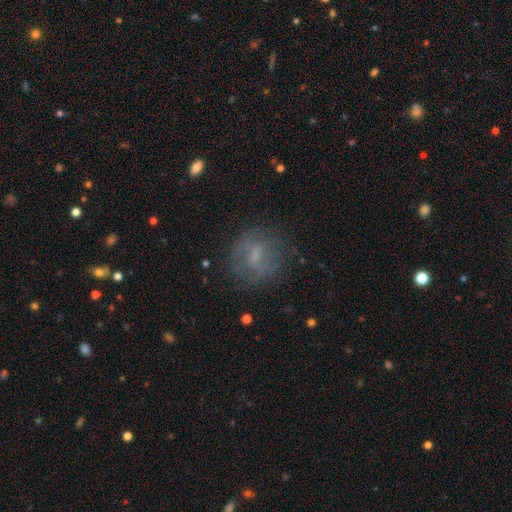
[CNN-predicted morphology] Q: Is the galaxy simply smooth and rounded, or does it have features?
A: smooth — 48%.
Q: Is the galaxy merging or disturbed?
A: none — 71%.